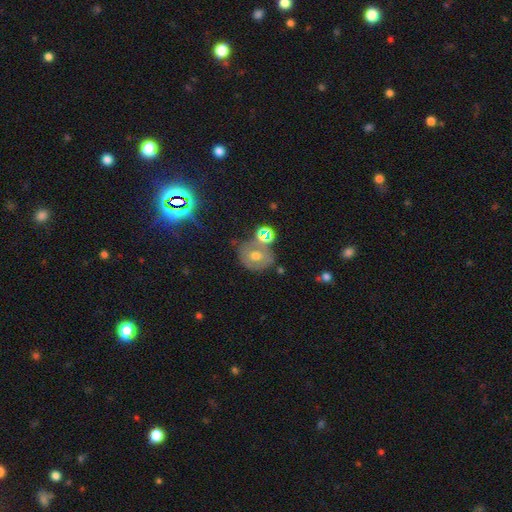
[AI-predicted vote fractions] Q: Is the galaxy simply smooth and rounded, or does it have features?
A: smooth — 42%.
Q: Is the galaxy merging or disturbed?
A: none — 55%.